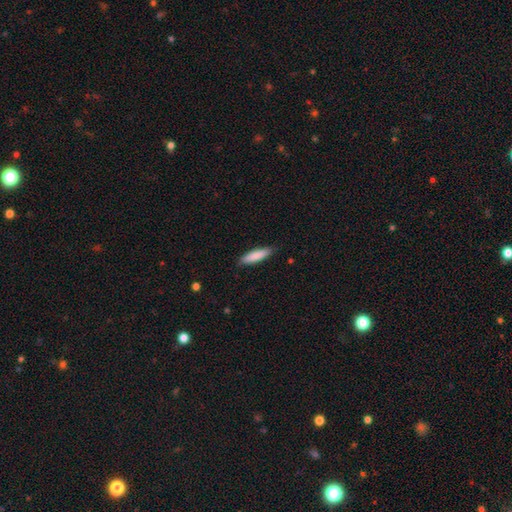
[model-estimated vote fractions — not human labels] Overall: smooth (85%). How rounded: cigar-shaped (70%). Merging: none (86%).